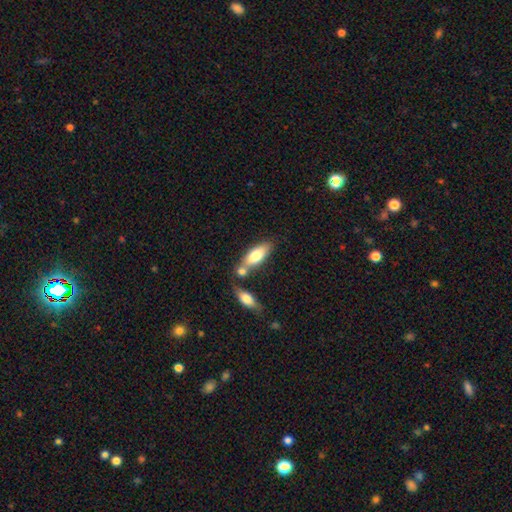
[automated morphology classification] smooth 76%, featured or disk 18%, star or artifact 6%. Down the decision tree: how rounded — in between (75%); merging — none (49%).